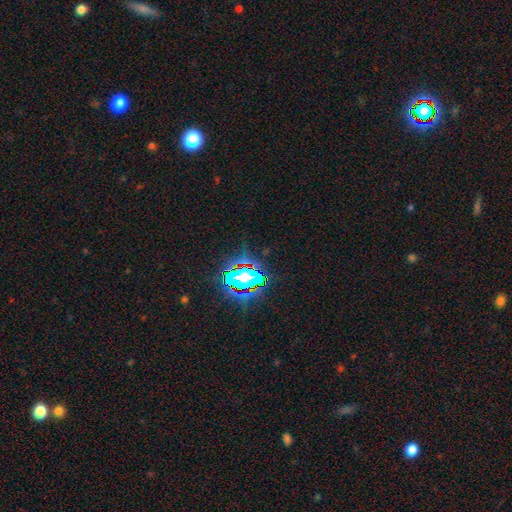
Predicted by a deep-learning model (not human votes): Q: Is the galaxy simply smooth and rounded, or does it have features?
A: star or artifact — 82%.